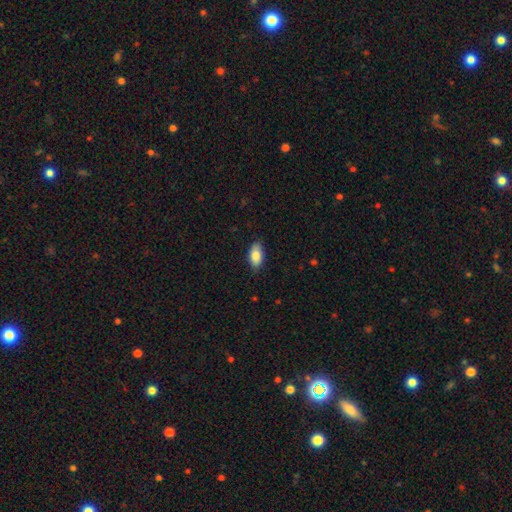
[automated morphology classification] smooth 84%, featured or disk 9%, star or artifact 7%. Down the decision tree: how rounded — in between (92%); merging — none (83%).